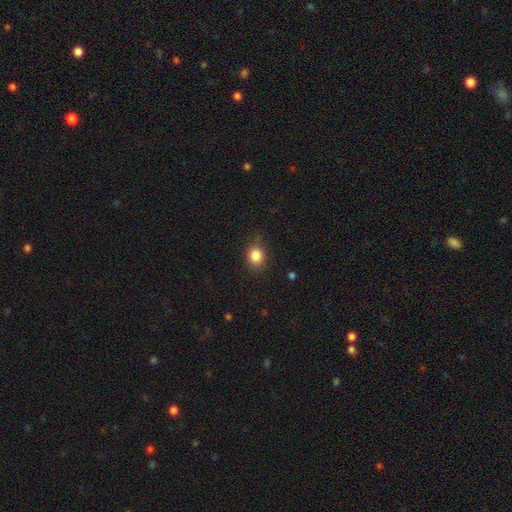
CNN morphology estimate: This is clearly a smooth galaxy (85%). How rounded: possibly round (53%). Merging: likely none (75%).